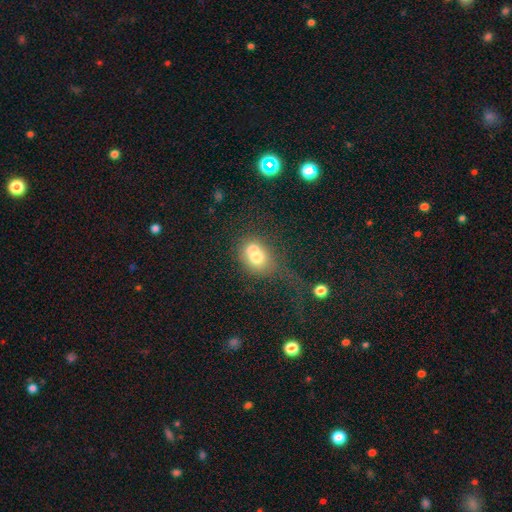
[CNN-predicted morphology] The model was most divided on "how rounded": in between: 50%, round: 48%, cigar-shaped: 2%. Remaining: smooth or featured — smooth (66%); merging — merger (43%).